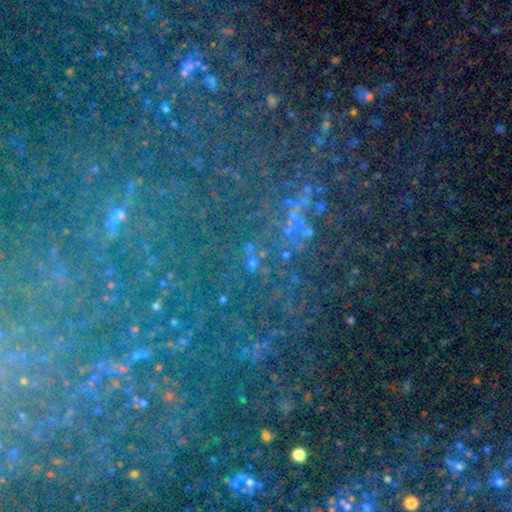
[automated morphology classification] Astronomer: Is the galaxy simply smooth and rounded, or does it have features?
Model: star or artifact — 75%.